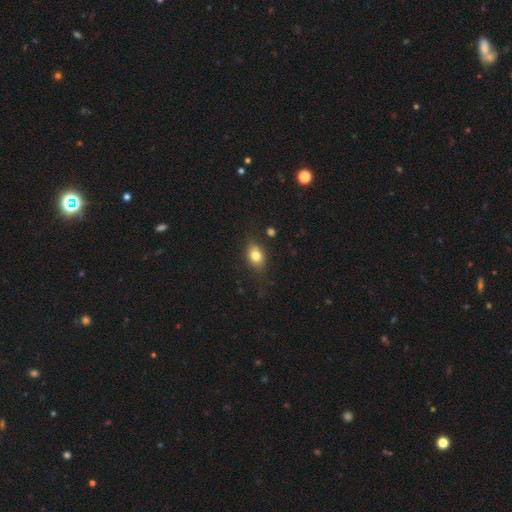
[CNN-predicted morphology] A smooth galaxy with no disk features (76%) that is in between round and cigar-shaped (67%). Merging: none (76%).